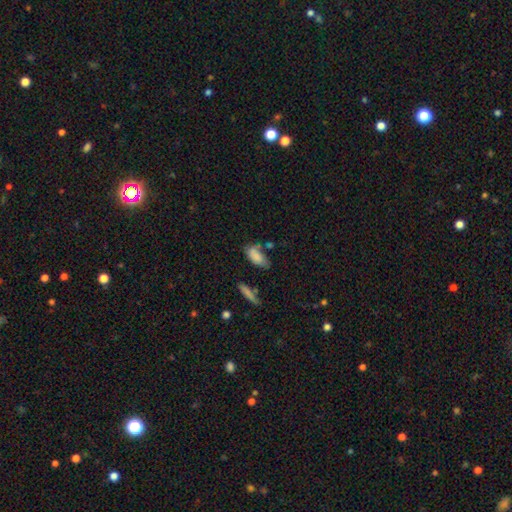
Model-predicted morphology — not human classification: Smooth or featured? Predicted: smooth (p=0.82). How rounded? Predicted: in between (p=0.86). Merging? Predicted: none (p=0.52).